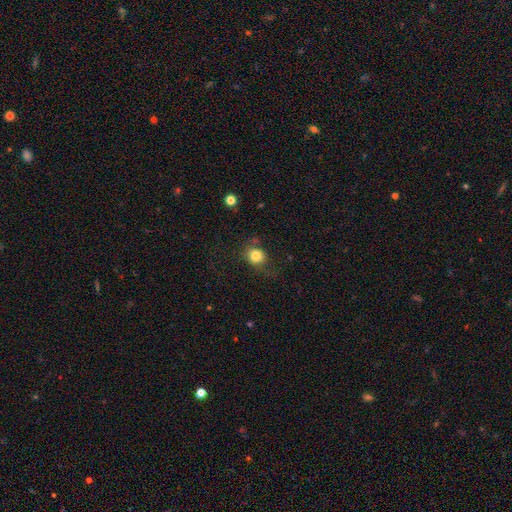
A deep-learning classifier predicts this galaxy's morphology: Smooth or featured? smooth (81%)
How rounded? round (79%)
Merging? none (67%)